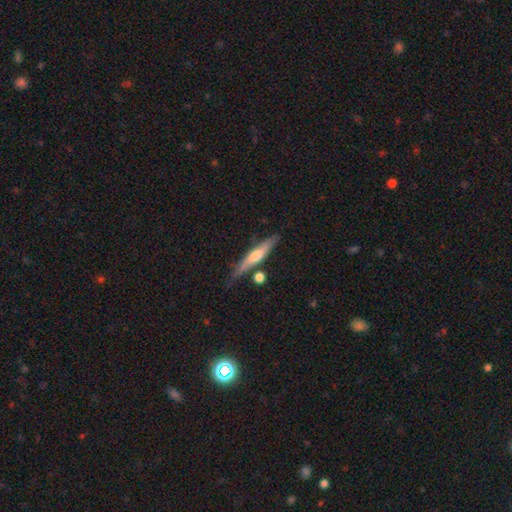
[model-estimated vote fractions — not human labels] Smooth or featured?
  - featured or disk: 53% *
  - smooth: 41%
  - star or artifact: 6%
Edge-on disk?
  - yes: 93% *
  - no: 7%
Merging?
  - none: 73% *
  - minor disturbance: 15%
  - merger: 8%
  - major disturbance: 3%